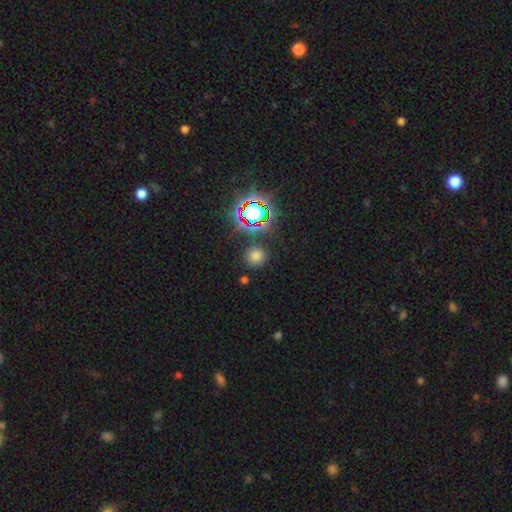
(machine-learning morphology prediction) Overall: smooth (67%). How rounded: round (88%). Merging: none (85%).